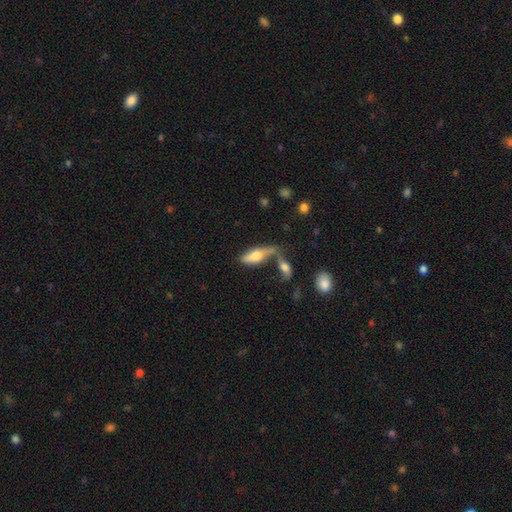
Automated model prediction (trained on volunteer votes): A smooth galaxy with no disk features (61%) that is in between round and cigar-shaped (65%).

Vote fractions:
- Smooth or featured? smooth: 61% / featured or disk: 31% / star or artifact: 7%
- How rounded? in between: 65% / cigar-shaped: 32% / round: 3%
- Merging? merger: 43% / none: 32% / minor disturbance: 15% / major disturbance: 10%